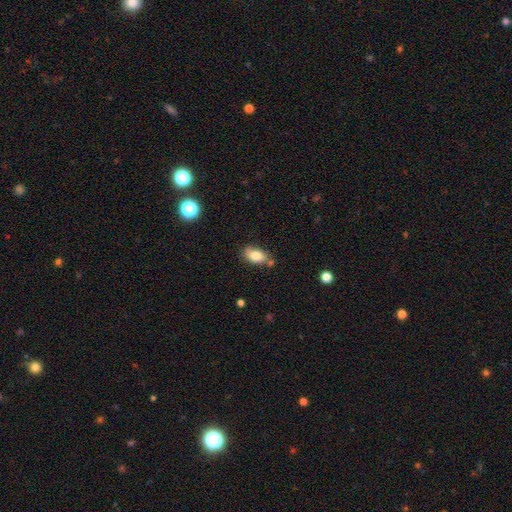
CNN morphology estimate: This is clearly a smooth galaxy (81%). How rounded: clearly in between (90%). Merging: likely none (68%).